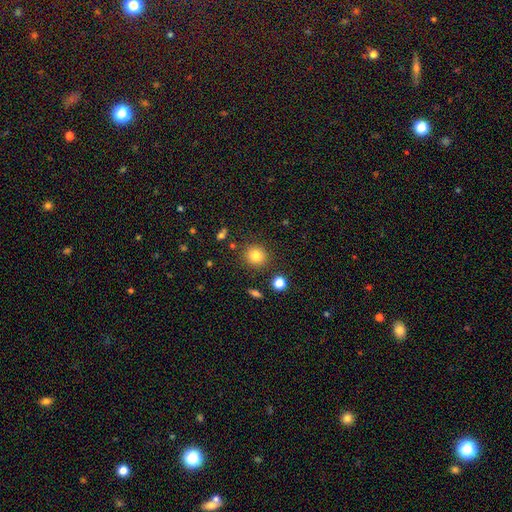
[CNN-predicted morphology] smooth-or-featured: smooth: 82% | star or artifact: 11% | featured or disk: 7%
  how-rounded: round: 90% | in between: 9% | cigar-shaped: 1%
  merging: none: 87% | minor disturbance: 7% | merger: 3% | major disturbance: 3%